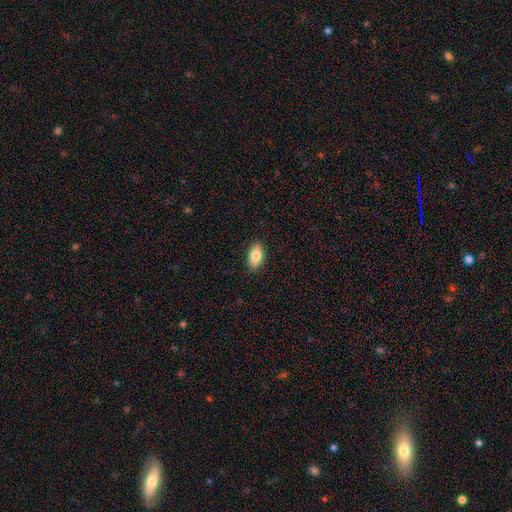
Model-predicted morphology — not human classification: Q: Smooth or featured?
A: smooth (82%); runner-up: featured or disk (11%)
Q: How rounded?
A: in between (91%); runner-up: cigar-shaped (5%)
Q: Merging?
A: none (88%); runner-up: minor disturbance (9%)